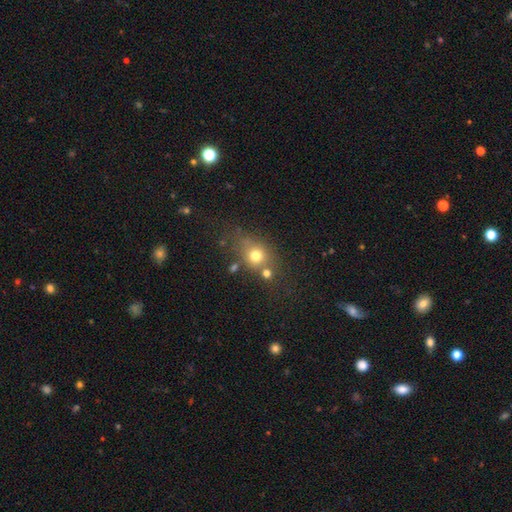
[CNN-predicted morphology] Smooth or featured? Predicted: smooth (p=0.70). How rounded? Predicted: round (p=0.63). Merging? Predicted: none (p=0.58).